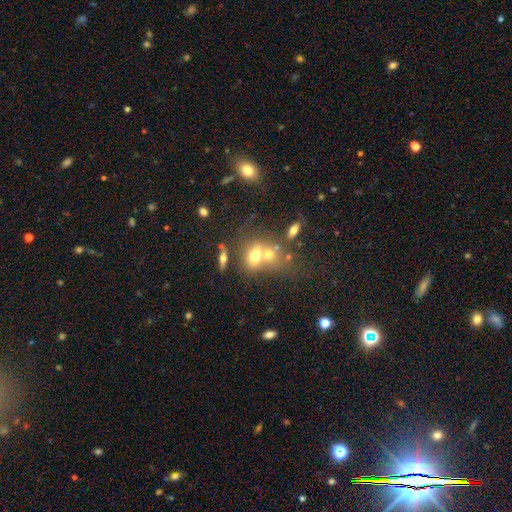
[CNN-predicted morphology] This is likely a smooth galaxy (65%). How rounded: likely in between (61%). Merging: possibly merger (56%).